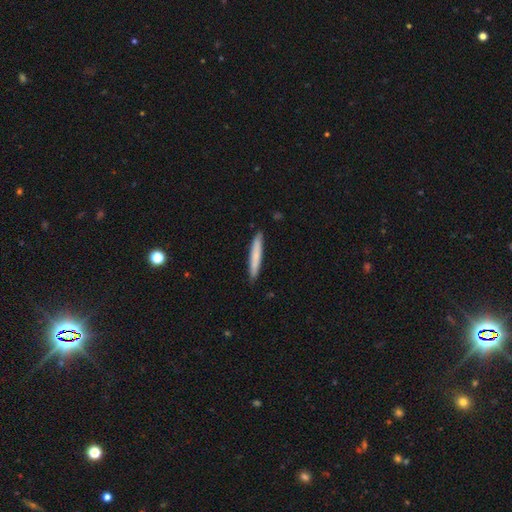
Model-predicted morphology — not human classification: Smooth or featured? Predicted: smooth (p=0.75). How rounded? Predicted: cigar-shaped (p=0.95). Merging? Predicted: none (p=0.89).